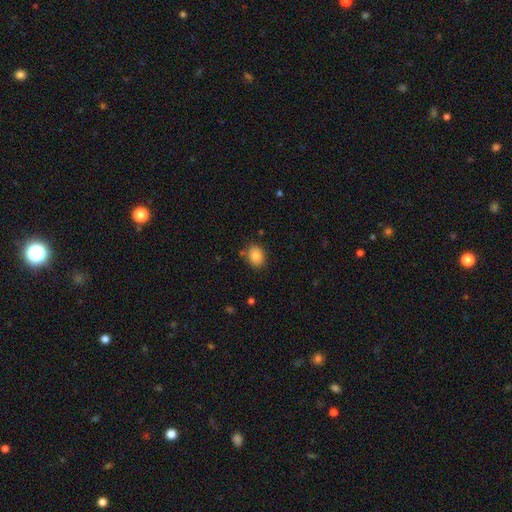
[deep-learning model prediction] The model was most divided on "how rounded": round: 50%, in between: 49%, cigar-shaped: 1%. More confident: smooth or featured — smooth (85%); merging — none (81%).